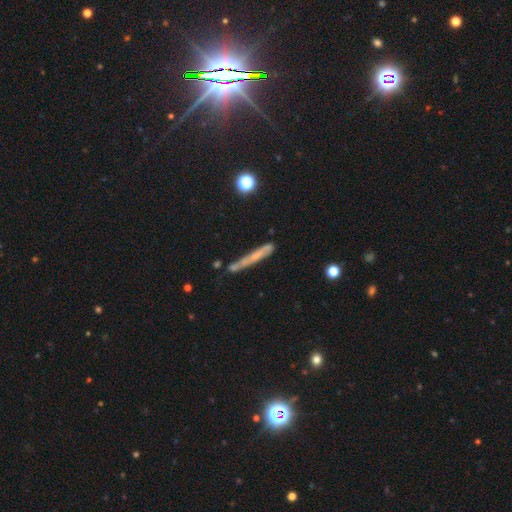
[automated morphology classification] The model was most divided on "smooth or featured": smooth: 49%, featured or disk: 40%, star or artifact: 11%. More confident: merging — none (66%).